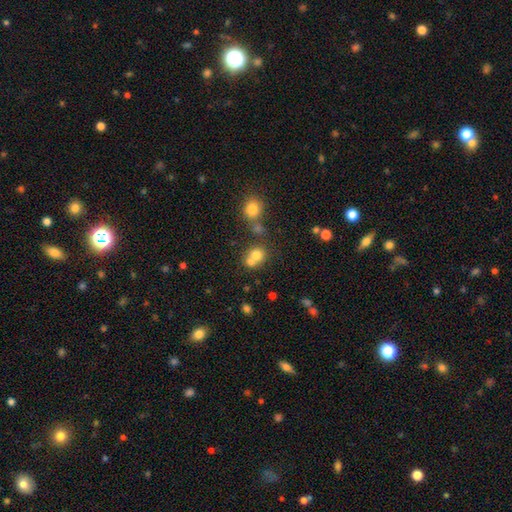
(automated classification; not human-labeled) This is likely a smooth galaxy (73%). How rounded: likely round (79%). Merging: possibly merger (47%).